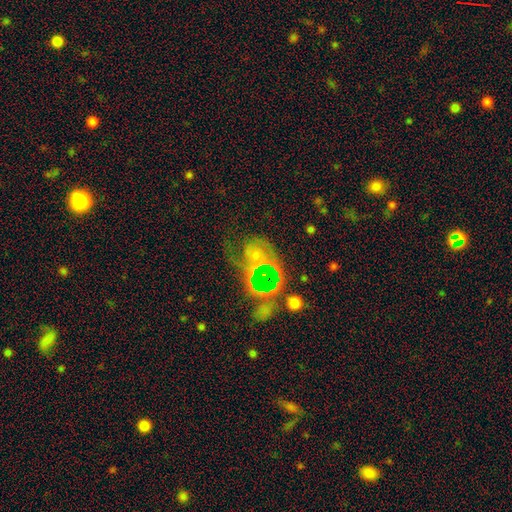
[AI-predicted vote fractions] Morphology: type=featured or disk (63%); edge-on=no (97%); bar=no (75%); spiral arms=yes (82%); bulge=small (46%); merging=none (51%).